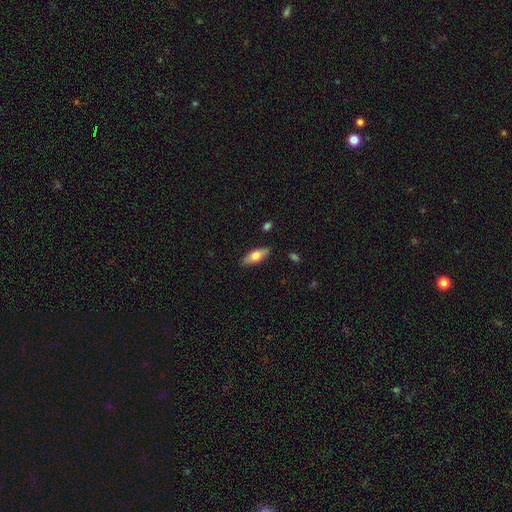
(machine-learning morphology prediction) This is likely a smooth galaxy (69%). How rounded: likely in between (73%). Merging: clearly none (85%).